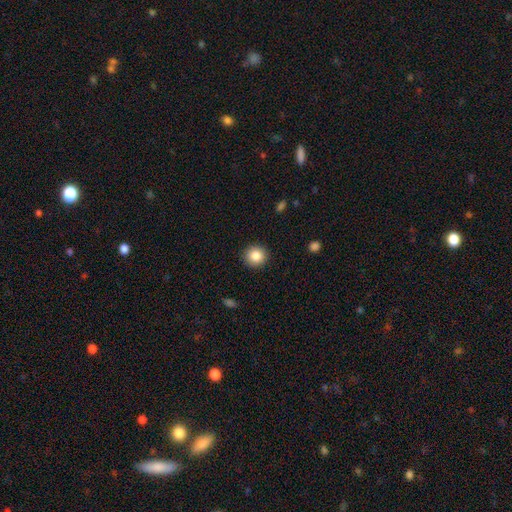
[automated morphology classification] type=smooth (86%); roundness=round (92%); merging=none (91%).